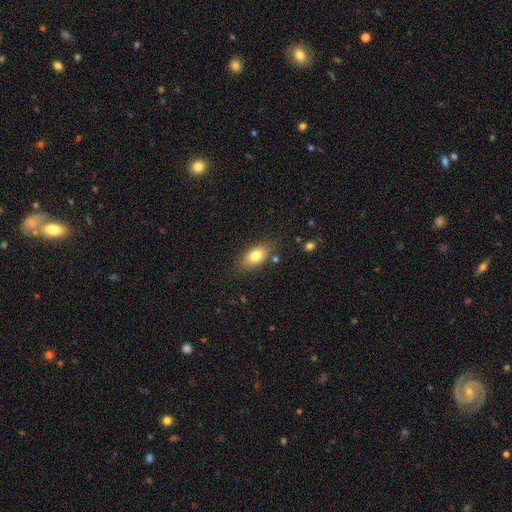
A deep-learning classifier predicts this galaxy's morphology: Overall: smooth (79%). How rounded: in between (86%). Merging: none (79%).